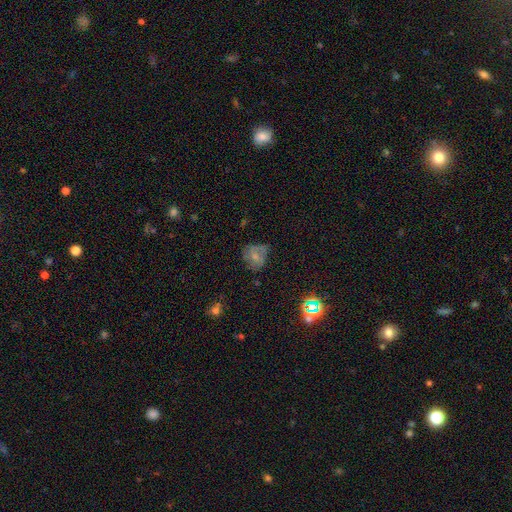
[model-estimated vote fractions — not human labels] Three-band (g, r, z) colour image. It shows a smooth galaxy with no disk features (56%) that is round (55%). Merging: none (43%).